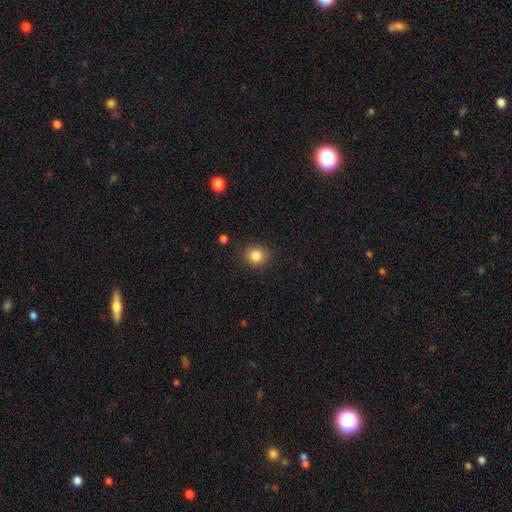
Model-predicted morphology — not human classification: This appears to be a smooth galaxy with no disk features (84%) that is round (83%). Merging: none (88%).